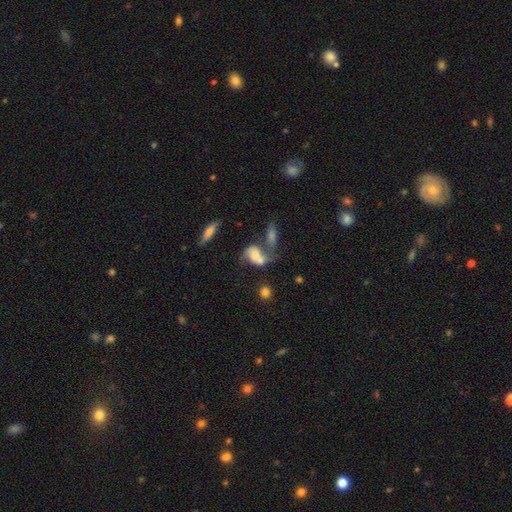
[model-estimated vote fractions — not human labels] A featured or disk galaxy (46%).

Vote fractions:
- Smooth or featured? featured or disk: 46% / smooth: 42% / star or artifact: 11%
- Merging? merger: 50% / none: 24% / major disturbance: 14% / minor disturbance: 12%